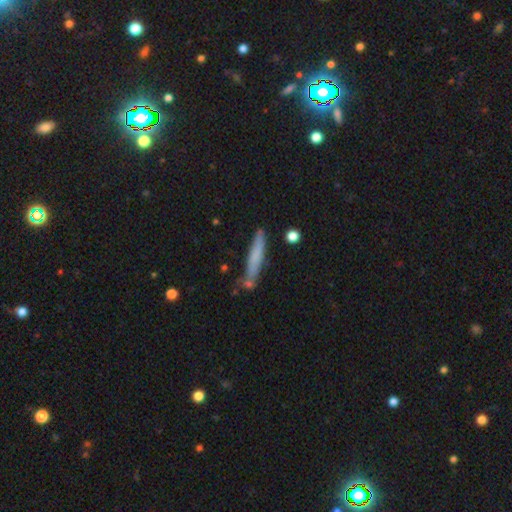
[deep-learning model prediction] This is likely a smooth galaxy (68%). How rounded: clearly cigar-shaped (92%). Merging: likely none (71%).